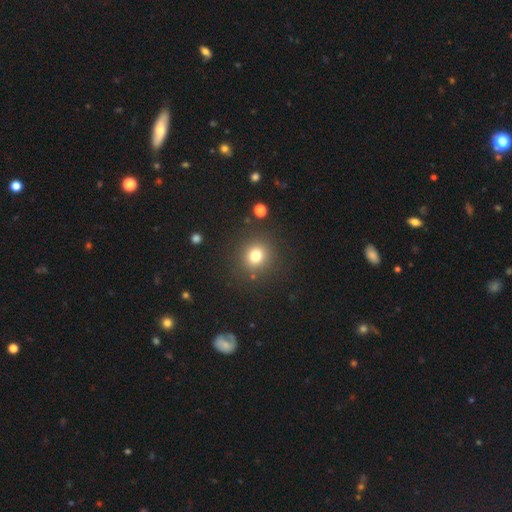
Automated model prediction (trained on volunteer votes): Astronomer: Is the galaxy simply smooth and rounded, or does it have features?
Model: smooth — 77%.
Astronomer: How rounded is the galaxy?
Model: round — 90%.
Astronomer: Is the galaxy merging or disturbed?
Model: none — 87%.